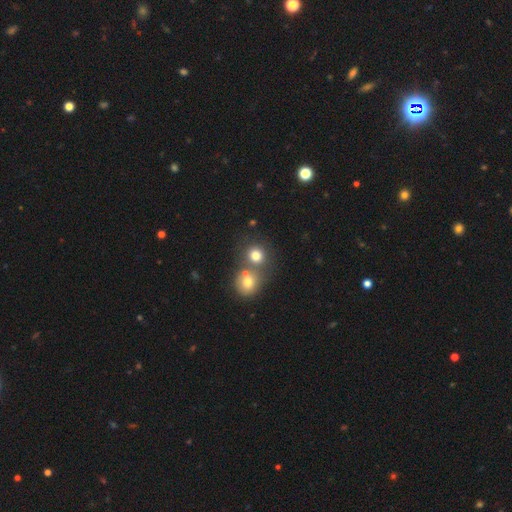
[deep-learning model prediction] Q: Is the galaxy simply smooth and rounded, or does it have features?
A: smooth — 77%.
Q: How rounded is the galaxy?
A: round — 84%.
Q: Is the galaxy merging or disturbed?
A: none — 53%.